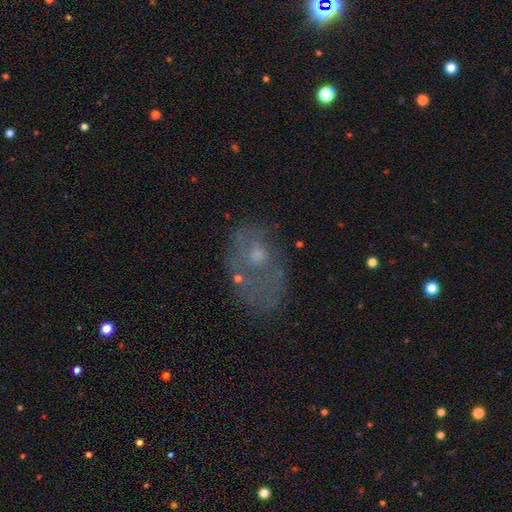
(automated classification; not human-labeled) Smooth or featured? featured or disk (51%)
Edge-on disk? no (95%)
Merging? none (42%)